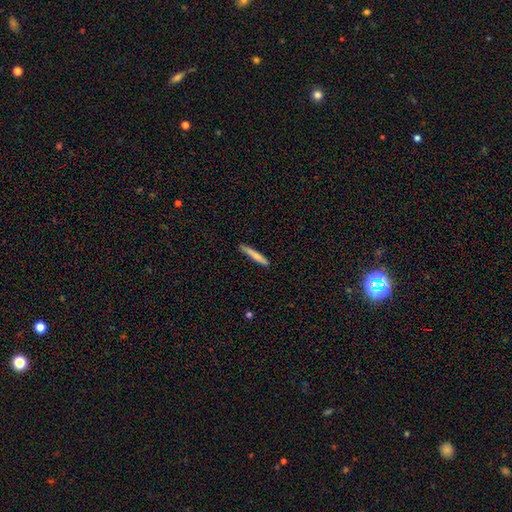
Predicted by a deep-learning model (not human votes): Smooth or featured? smooth (78%)
How rounded? cigar-shaped (95%)
Merging? none (86%)